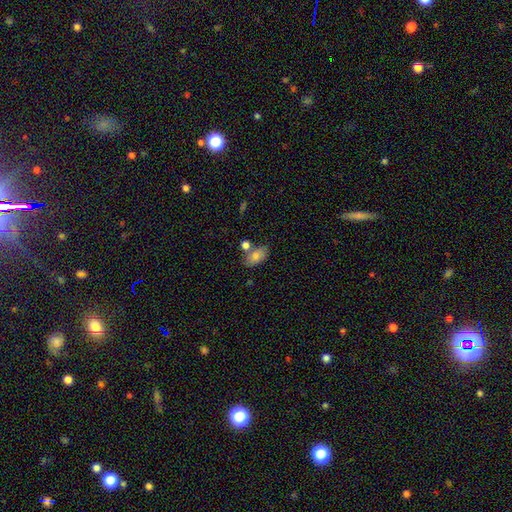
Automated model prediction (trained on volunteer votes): smooth 78%, featured or disk 14%, star or artifact 8%. Down the decision tree: how rounded — in between (89%); merging — none (61%).